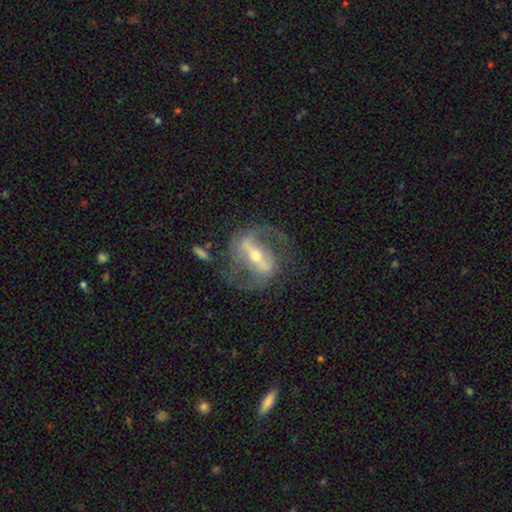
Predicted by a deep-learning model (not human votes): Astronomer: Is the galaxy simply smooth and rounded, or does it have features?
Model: featured or disk — 85%.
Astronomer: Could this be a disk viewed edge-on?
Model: no — 88%.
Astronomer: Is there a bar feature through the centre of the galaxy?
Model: strong — 72%.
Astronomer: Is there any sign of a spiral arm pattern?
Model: yes — 79%.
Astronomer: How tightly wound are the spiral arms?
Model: medium — 46% (runner-up: loose, 33%).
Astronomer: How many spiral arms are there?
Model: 2 — 83%.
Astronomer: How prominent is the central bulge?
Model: moderate — 54% (runner-up: small, 41%).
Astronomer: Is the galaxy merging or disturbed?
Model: none — 60%.